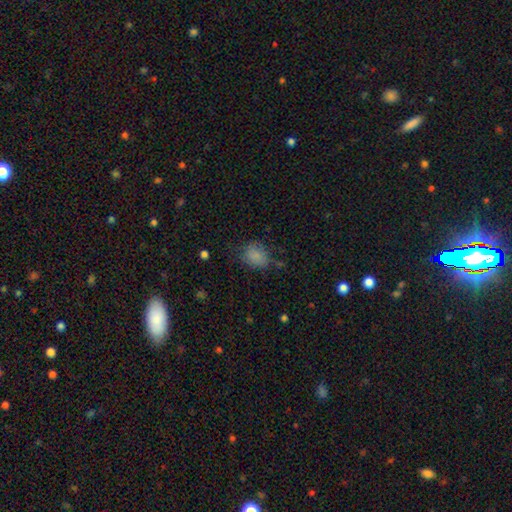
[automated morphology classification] Smooth or featured? Predicted: smooth (p=0.81). How rounded? Predicted: in between (p=0.51). Merging? Predicted: none (p=0.60).